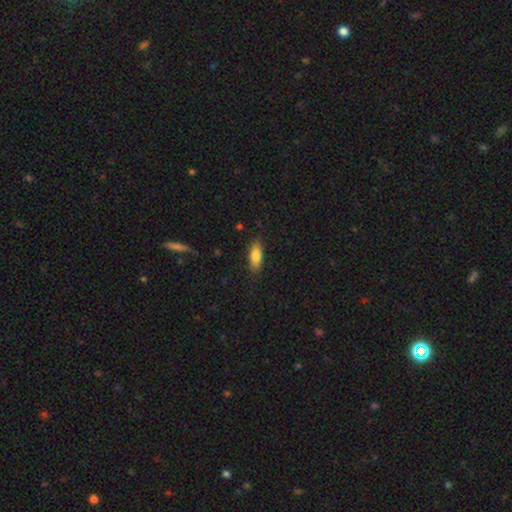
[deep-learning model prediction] smooth_or_featured: smooth (p=0.82) [alt: featured or disk p=0.11]
how_rounded: in between (p=0.74) [alt: cigar-shaped p=0.24]
merging: none (p=0.83) [alt: minor disturbance p=0.13]